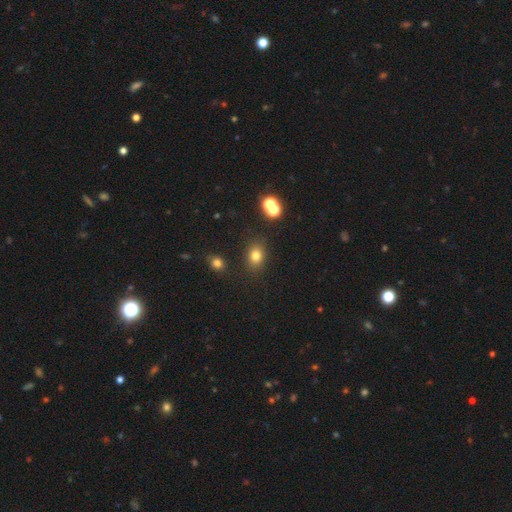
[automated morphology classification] Overall: smooth (78%). How rounded: in between (54%; round 45%). Merging: none (82%).